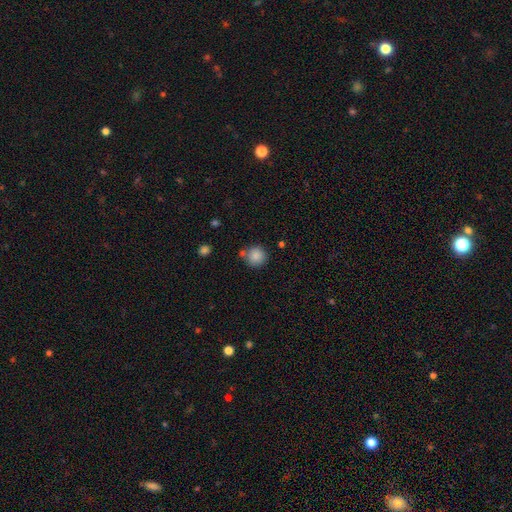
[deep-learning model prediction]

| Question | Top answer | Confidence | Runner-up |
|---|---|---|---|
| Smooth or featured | smooth | 87% | star or artifact (9%) |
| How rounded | round | 92% | in between (7%) |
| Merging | none | 73% | merger (12%) |